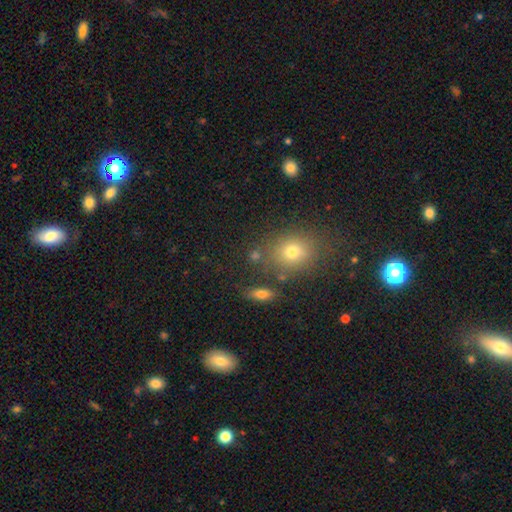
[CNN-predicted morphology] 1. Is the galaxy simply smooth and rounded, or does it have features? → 67% smooth, 20% star or artifact, 13% featured or disk.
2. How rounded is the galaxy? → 56% round, 40% in between, 4% cigar-shaped.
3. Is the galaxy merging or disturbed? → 70% none, 13% minor disturbance, 11% merger, 6% major disturbance.